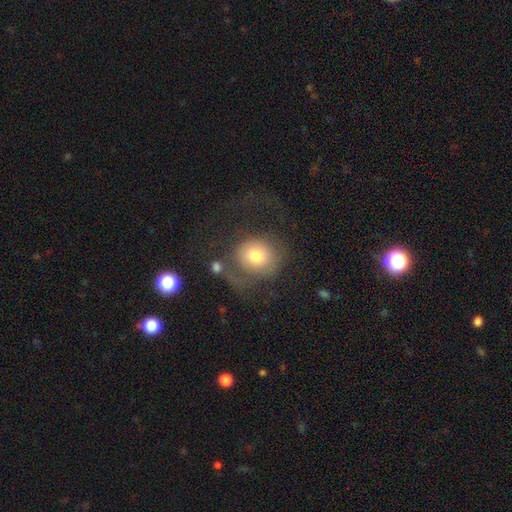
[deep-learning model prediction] Q: Smooth or featured?
A: smooth (69%); runner-up: featured or disk (21%)
Q: How rounded?
A: round (73%); runner-up: in between (26%)
Q: Merging?
A: major disturbance (38%); runner-up: none (37%)